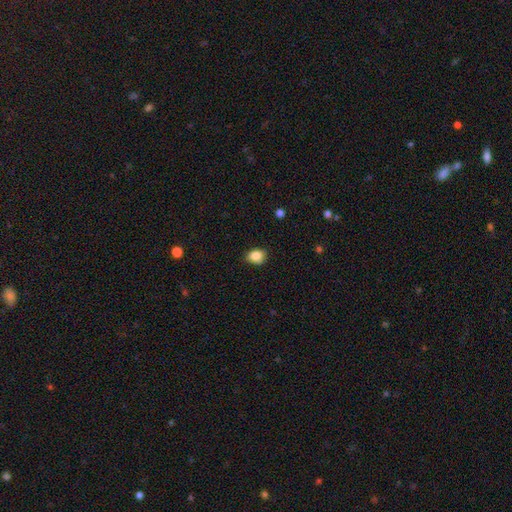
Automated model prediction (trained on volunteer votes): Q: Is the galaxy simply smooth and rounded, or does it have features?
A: smooth — 85%.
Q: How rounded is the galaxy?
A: in between — 57%.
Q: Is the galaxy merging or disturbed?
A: none — 79%.